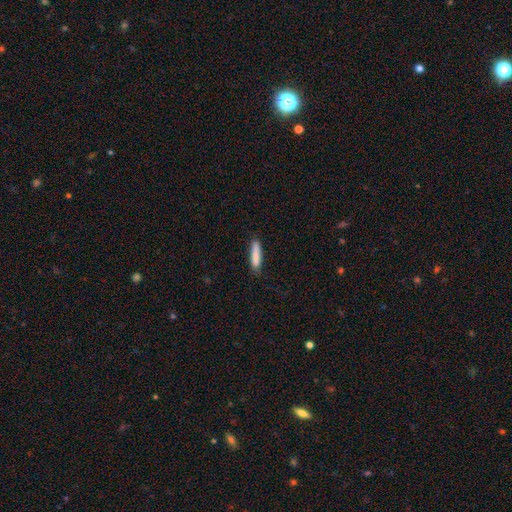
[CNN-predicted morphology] Smooth or featured? Predicted: smooth (p=0.86). How rounded? Predicted: cigar-shaped (p=0.85). Merging? Predicted: none (p=0.83).